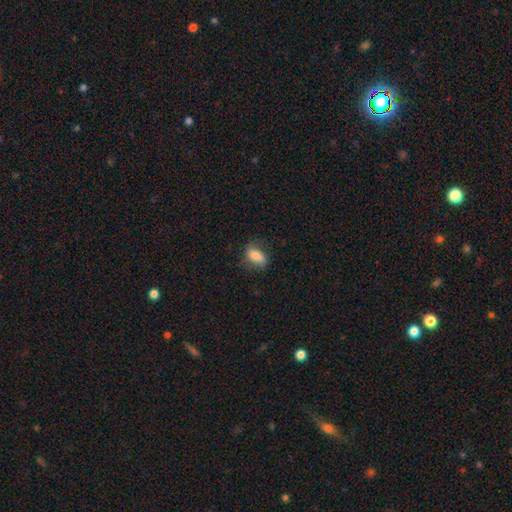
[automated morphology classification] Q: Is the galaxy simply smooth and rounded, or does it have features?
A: smooth — 78%.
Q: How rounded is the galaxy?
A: in between — 86%.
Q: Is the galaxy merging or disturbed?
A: none — 67%.